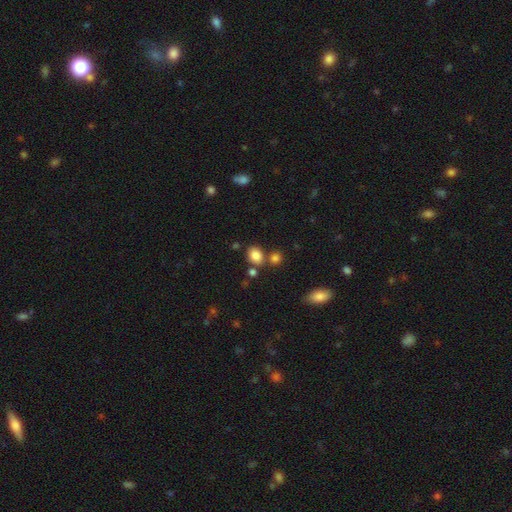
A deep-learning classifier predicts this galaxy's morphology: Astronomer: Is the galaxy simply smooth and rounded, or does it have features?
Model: smooth — 84%.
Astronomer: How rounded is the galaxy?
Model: in between — 60% (runner-up: round, 39%).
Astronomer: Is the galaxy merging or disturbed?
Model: none — 68%.